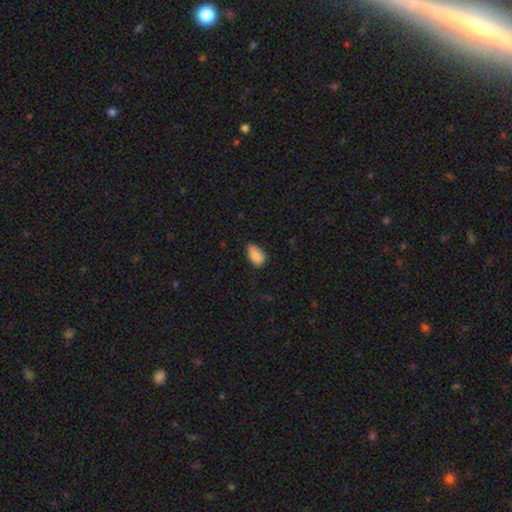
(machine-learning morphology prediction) smooth_or_featured: smooth (p=0.87) [alt: star or artifact p=0.08]
how_rounded: in between (p=0.91) [alt: round p=0.08]
merging: none (p=0.64) [alt: minor disturbance p=0.29]